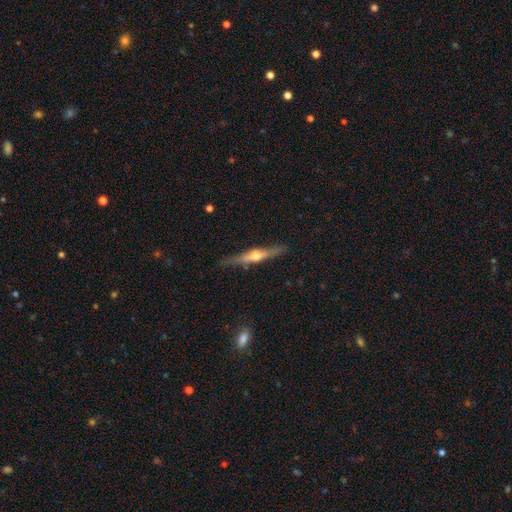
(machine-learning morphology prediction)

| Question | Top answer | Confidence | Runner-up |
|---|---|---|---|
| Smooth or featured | featured or disk | 68% | smooth (26%) |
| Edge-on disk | yes | 96% | no (4%) |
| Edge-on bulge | rounded | 91% | boxy (5%) |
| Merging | none | 84% | minor disturbance (12%) |